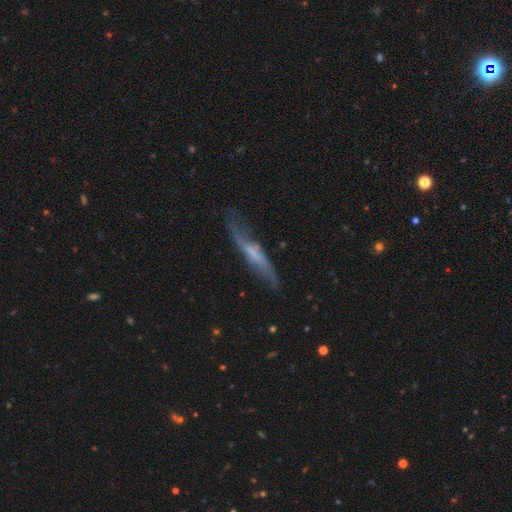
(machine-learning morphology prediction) Smooth or featured: featured or disk — 64% (smooth — 26%)
Edge-on disk: yes — 65% (no — 35%)
Merging: none — 70% (minor disturbance — 21%)